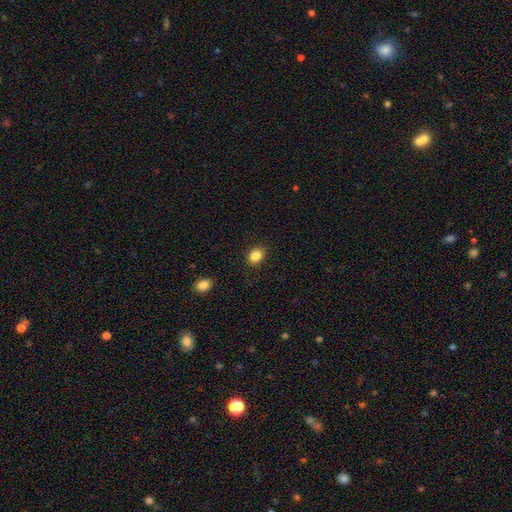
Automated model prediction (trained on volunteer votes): smooth-or-featured: smooth: 85% | star or artifact: 10% | featured or disk: 5%
  how-rounded: in between: 52% | round: 47% | cigar-shaped: 1%
  merging: none: 88% | minor disturbance: 8% | major disturbance: 2% | merger: 1%